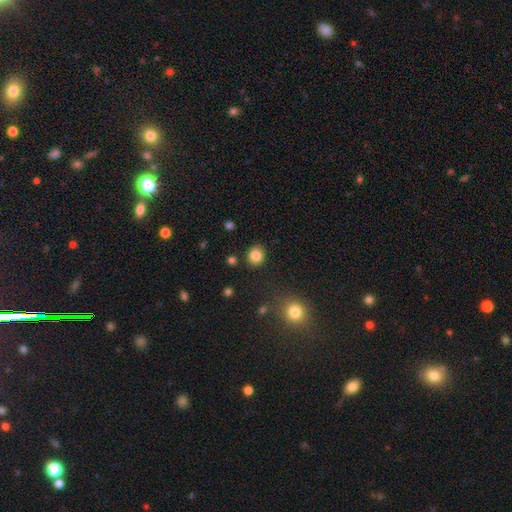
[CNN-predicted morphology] This is clearly a smooth galaxy (84%). How rounded: likely round (79%). Merging: clearly none (88%).